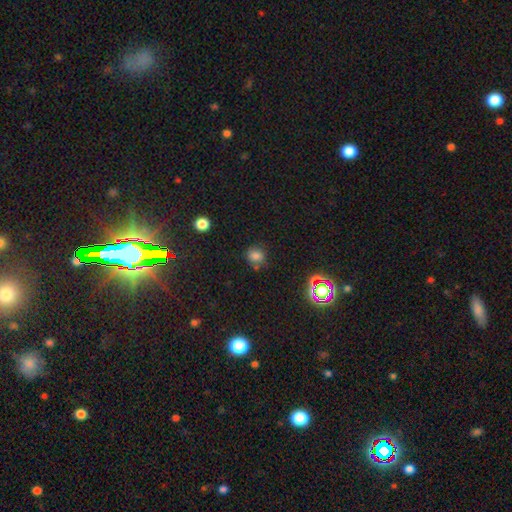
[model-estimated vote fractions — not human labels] This is likely a smooth galaxy (75%). How rounded: likely round (75%). Merging: likely none (71%).